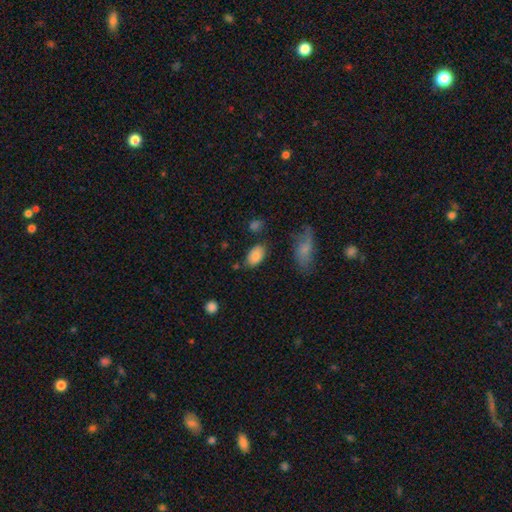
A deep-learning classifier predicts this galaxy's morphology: Smooth or featured? smooth (84%)
How rounded? in between (92%)
Merging? none (74%)